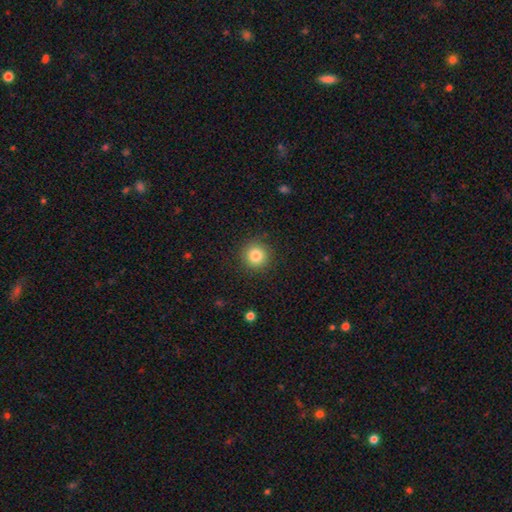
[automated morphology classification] Overall: smooth (83%). How rounded: round (94%). Merging: none (89%).